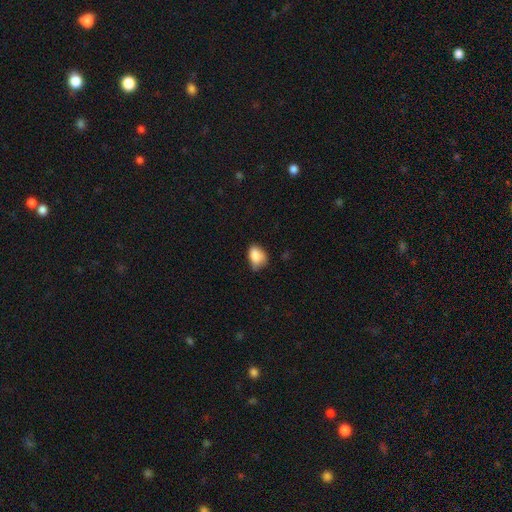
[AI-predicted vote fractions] Q: Smooth or featured?
A: smooth (83%); runner-up: star or artifact (9%)
Q: How rounded?
A: in between (79%); runner-up: round (20%)
Q: Merging?
A: minor disturbance (43%); runner-up: none (42%)